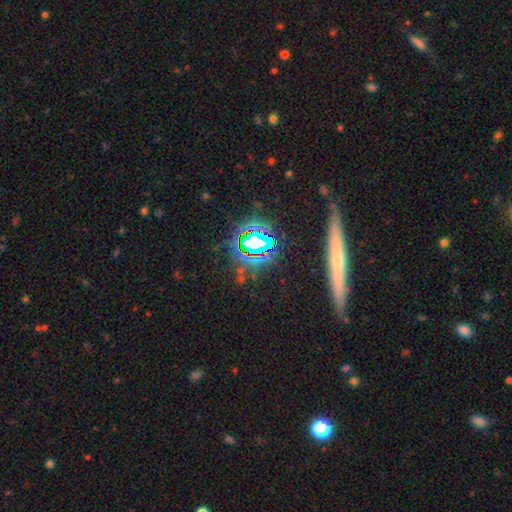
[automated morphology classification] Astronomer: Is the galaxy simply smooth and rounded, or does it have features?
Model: star or artifact — 55%.